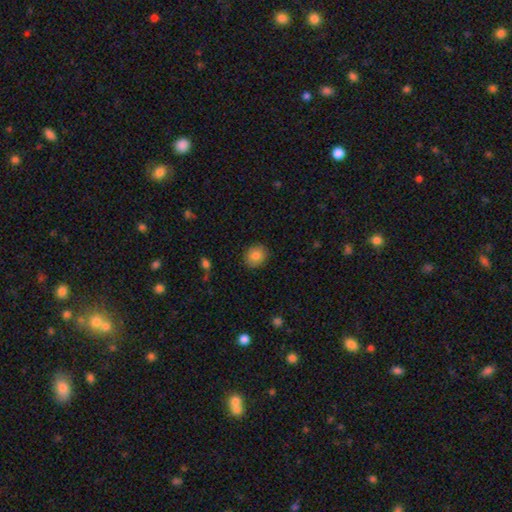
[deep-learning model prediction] smooth 83%, star or artifact 9%, featured or disk 8%. Down the decision tree: how rounded — round (77%); merging — none (90%).